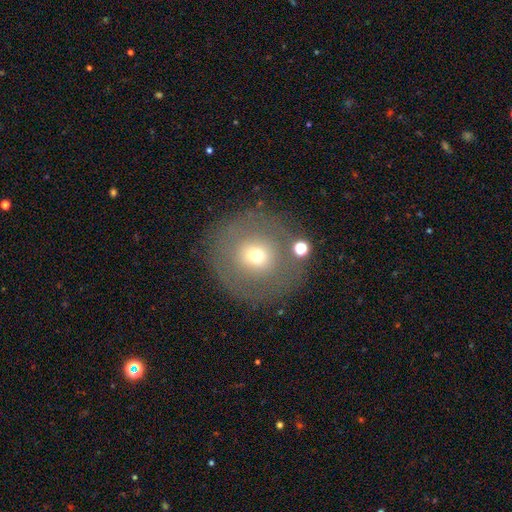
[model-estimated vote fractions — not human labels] smooth_or_featured: smooth (p=0.57) [alt: featured or disk p=0.30]
how_rounded: round (p=0.93) [alt: in between p=0.06]
merging: none (p=0.78) [alt: minor disturbance p=0.11]